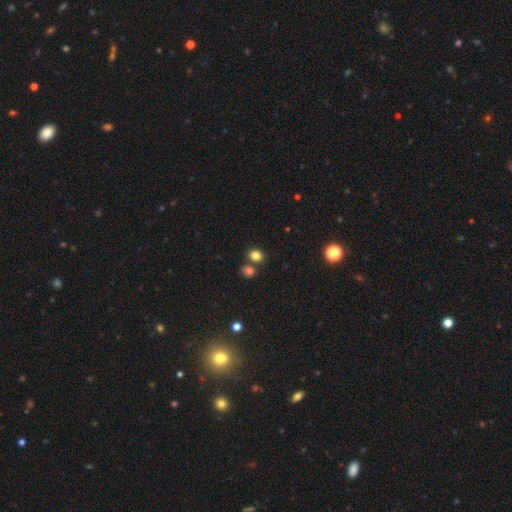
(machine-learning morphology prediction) The model was most divided on "how rounded": round: 54%, in between: 45%, cigar-shaped: 1%. More confident: smooth or featured — smooth (82%); merging — none (66%).